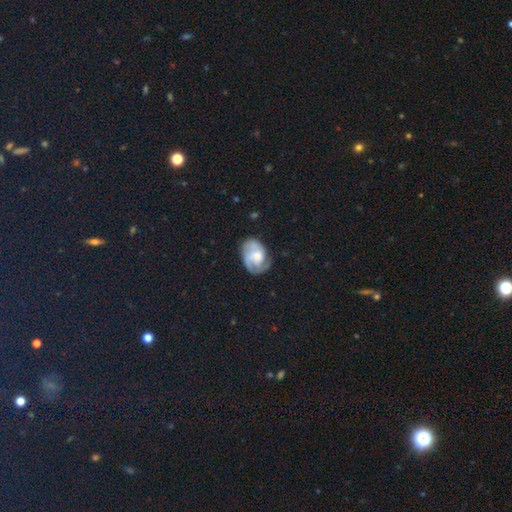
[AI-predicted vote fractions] Smooth or featured: featured or disk — 69% (smooth — 24%)
Edge-on disk: no — 98% (yes — 2%)
Bar: no — 66% (weak — 29%)
Spiral arms: yes — 90% (no — 10%)
Spiral winding: tight — 46% (medium — 39%)
Spiral arm count: 2 — 34% (3 — 26%)
Bulge size: moderate — 48% (small — 26%)
Merging: none — 60% (minor disturbance — 25%)